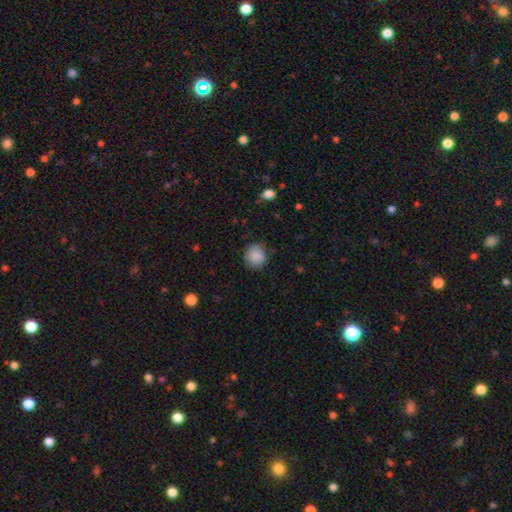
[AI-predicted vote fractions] This is clearly a smooth galaxy (88%). How rounded: clearly round (85%). Merging: clearly none (83%).